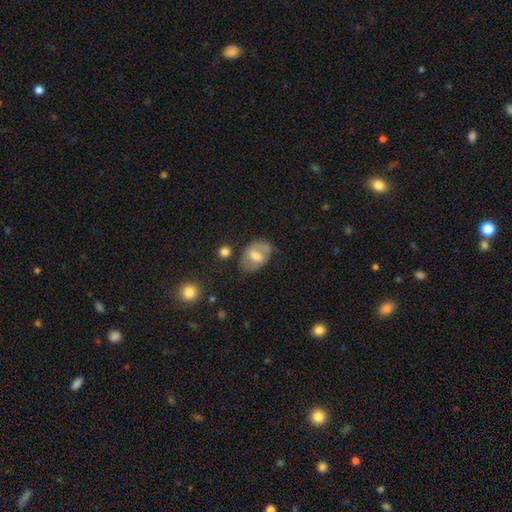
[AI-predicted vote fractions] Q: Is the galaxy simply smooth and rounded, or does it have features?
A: smooth — 53%.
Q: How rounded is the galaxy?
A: in between — 82%.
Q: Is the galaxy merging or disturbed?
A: none — 59%.